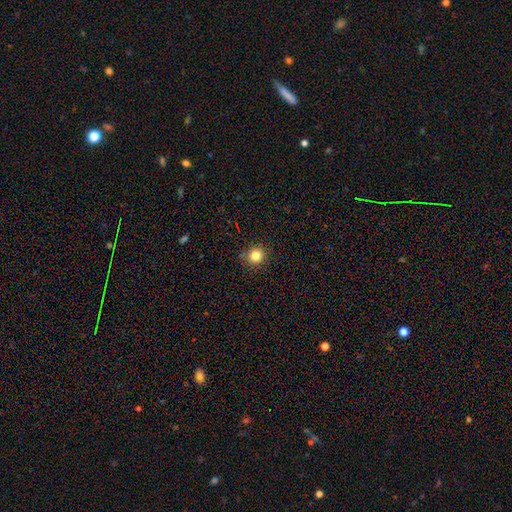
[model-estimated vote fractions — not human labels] A smooth galaxy with no disk features (83%) that is round (88%). Merging: none (87%).